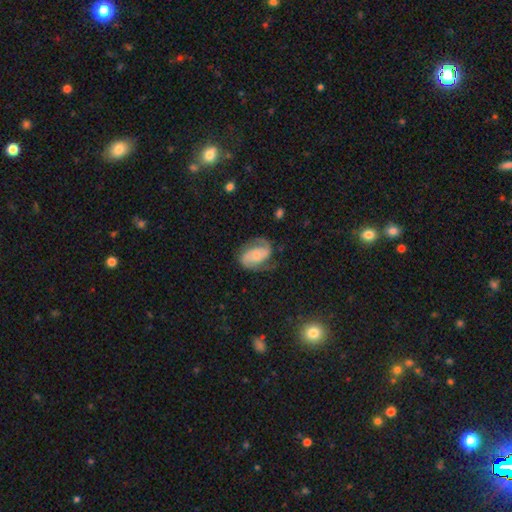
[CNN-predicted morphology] Smooth or featured: featured or disk — 78% (smooth — 15%)
Edge-on disk: no — 97% (yes — 3%)
Bar: no — 55% (weak — 32%)
Spiral arms: yes — 93% (no — 7%)
Spiral winding: medium — 48% (tight — 30%)
Spiral arm count: 2 — 87% (can't tell — 6%)
Bulge size: small — 58% (moderate — 26%)
Merging: none — 65% (minor disturbance — 20%)